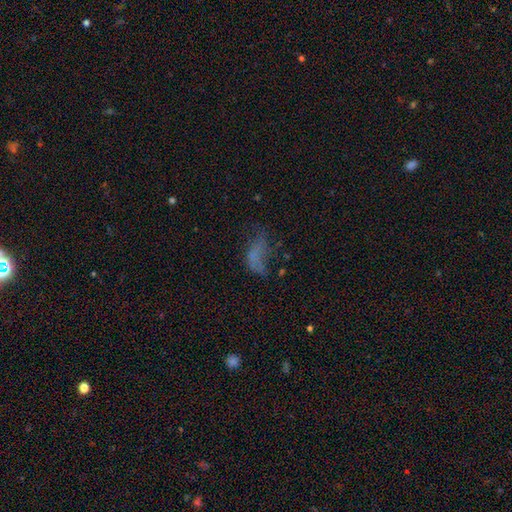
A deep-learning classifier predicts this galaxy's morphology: Smooth or featured? Predicted: smooth (p=0.46). Merging? Predicted: major disturbance (p=0.43).